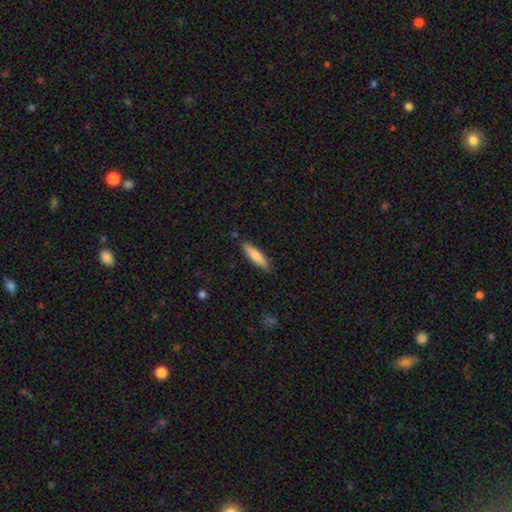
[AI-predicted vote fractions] Morphology: type=smooth (79%); roundness=cigar-shaped (77%); merging=none (87%).